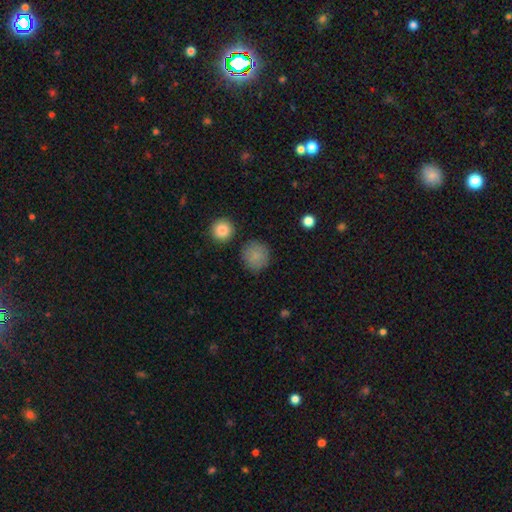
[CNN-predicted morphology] This is clearly a smooth galaxy (85%). How rounded: clearly round (93%). Merging: clearly none (85%).